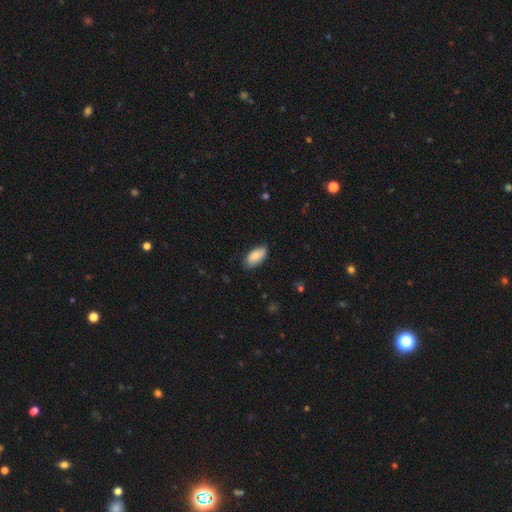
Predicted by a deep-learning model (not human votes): Morphology: type=smooth (80%); roundness=in between (93%); merging=none (72%).